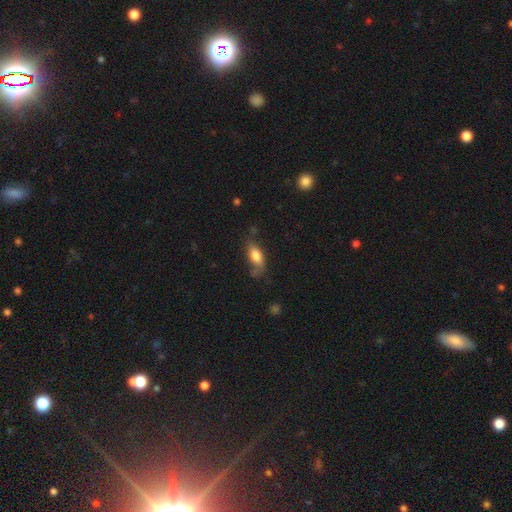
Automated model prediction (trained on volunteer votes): This appears to be a smooth galaxy with no disk features (76%) that is in between round and cigar-shaped (82%). Merging: none (52%).